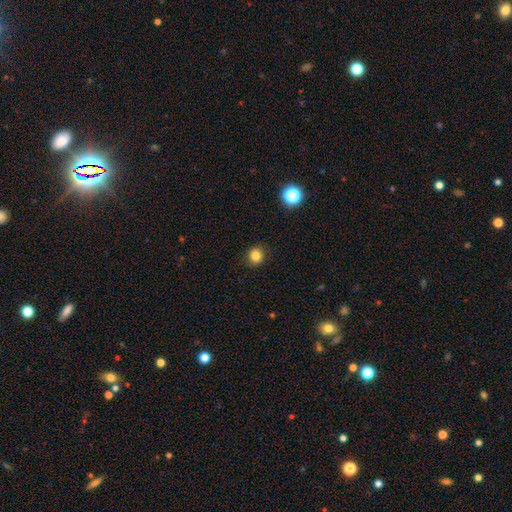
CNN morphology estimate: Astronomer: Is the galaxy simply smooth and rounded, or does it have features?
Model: smooth — 82%.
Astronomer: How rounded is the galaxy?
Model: round — 87%.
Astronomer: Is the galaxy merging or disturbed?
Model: none — 89%.